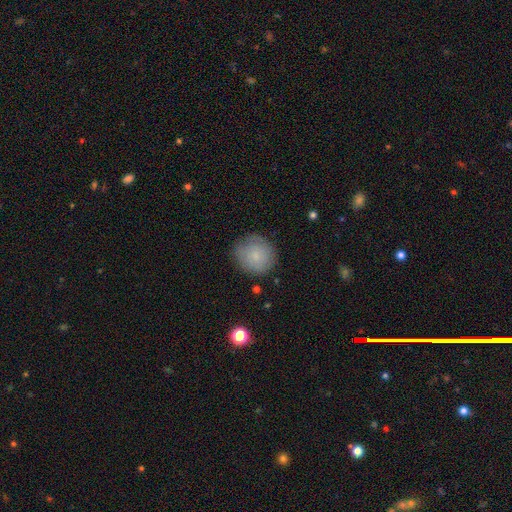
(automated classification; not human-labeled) This appears to be a smooth galaxy with no disk features (81%) that is round (88%). Merging: none (79%).